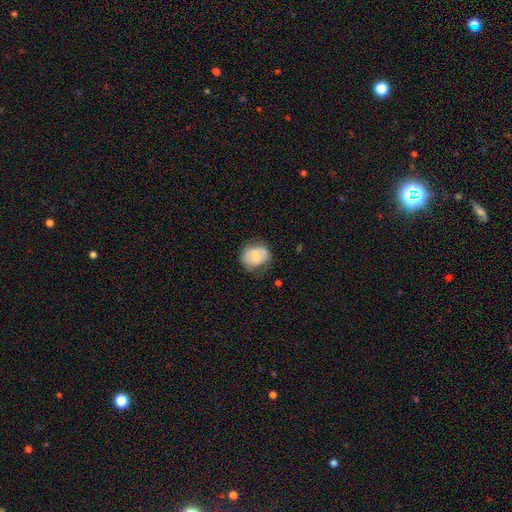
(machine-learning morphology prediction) Smooth or featured: smooth — 64% (featured or disk — 29%)
How rounded: round — 58% (in between — 41%)
Merging: none — 63% (minor disturbance — 26%)